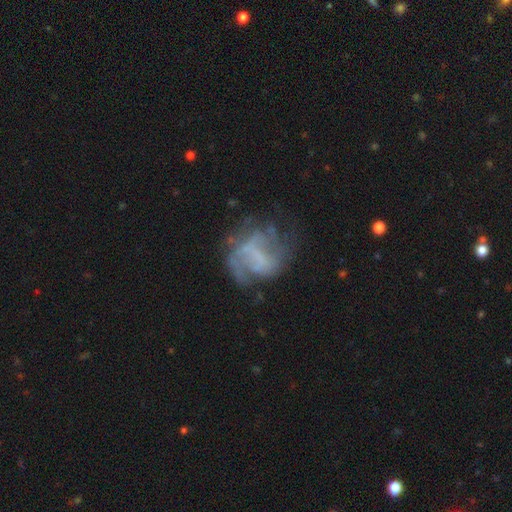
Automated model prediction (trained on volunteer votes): Morphology: type=featured or disk (65%); edge-on=no (98%); bar=no (52%); spiral arms=yes (52%); bulge=none (66%); merging=none (45%).